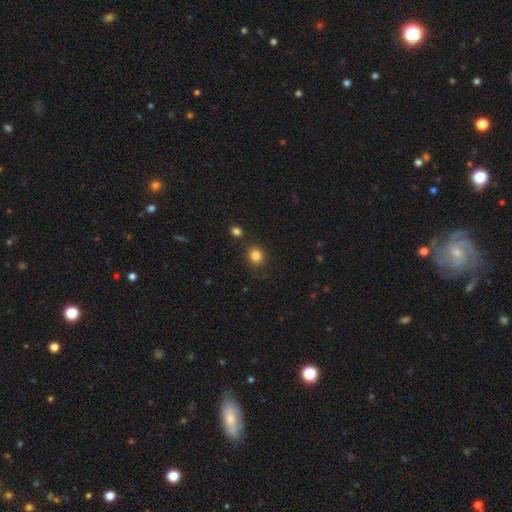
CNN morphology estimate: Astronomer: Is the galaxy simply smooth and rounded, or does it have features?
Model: smooth — 83%.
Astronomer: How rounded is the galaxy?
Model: round — 78%.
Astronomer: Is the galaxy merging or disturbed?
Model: none — 83%.